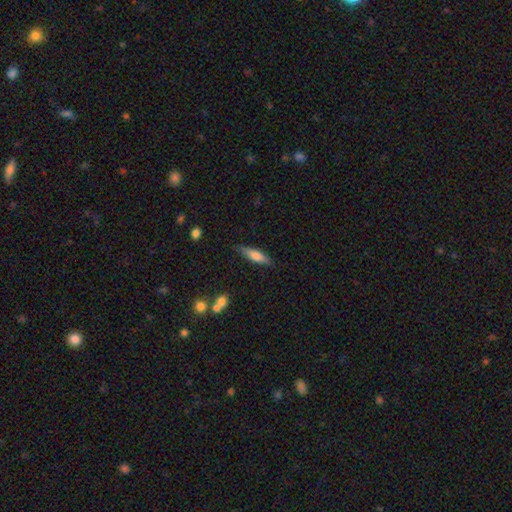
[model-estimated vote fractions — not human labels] A smooth galaxy with no disk features (63%) that is cigar-shaped (69%).

Vote fractions:
- Smooth or featured? smooth: 63% / featured or disk: 31% / star or artifact: 6%
- How rounded? cigar-shaped: 69% / in between: 29% / round: 2%
- Merging? none: 80% / minor disturbance: 14% / major disturbance: 3% / merger: 2%